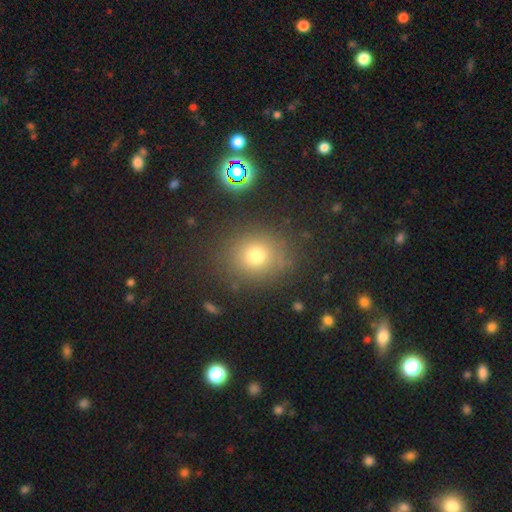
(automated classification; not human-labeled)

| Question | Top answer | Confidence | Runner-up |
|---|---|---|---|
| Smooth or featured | smooth | 73% | star or artifact (18%) |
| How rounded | round | 75% | in between (24%) |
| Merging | none | 83% | minor disturbance (10%) |